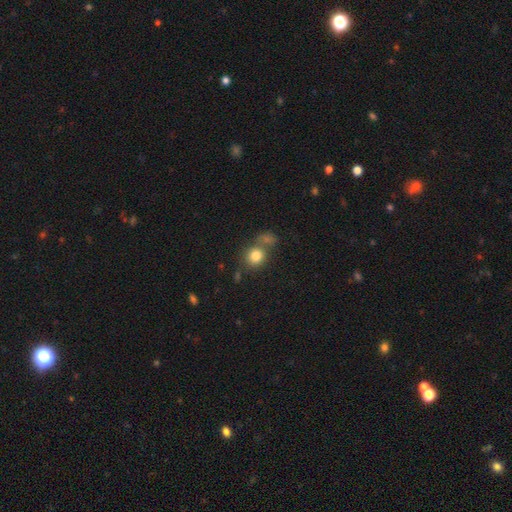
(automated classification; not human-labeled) Morphology: type=smooth (80%); roundness=round (81%); merging=none (59%).